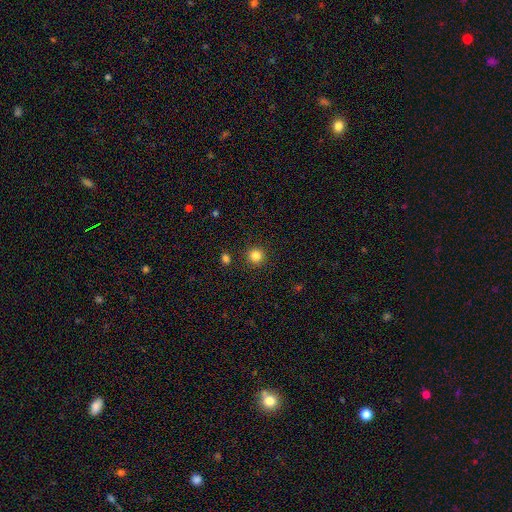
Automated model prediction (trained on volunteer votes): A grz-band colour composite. It shows a smooth galaxy with no disk features (84%) that is round (95%). Merging: none (91%).